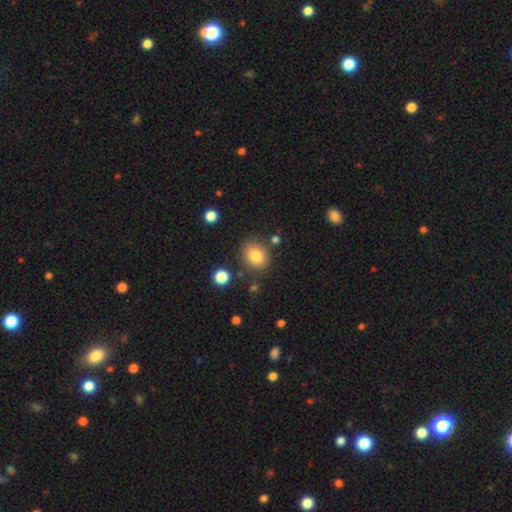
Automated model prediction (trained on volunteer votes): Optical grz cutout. It shows a smooth galaxy with no disk features (81%) that is round (50%). Merging: none (81%).